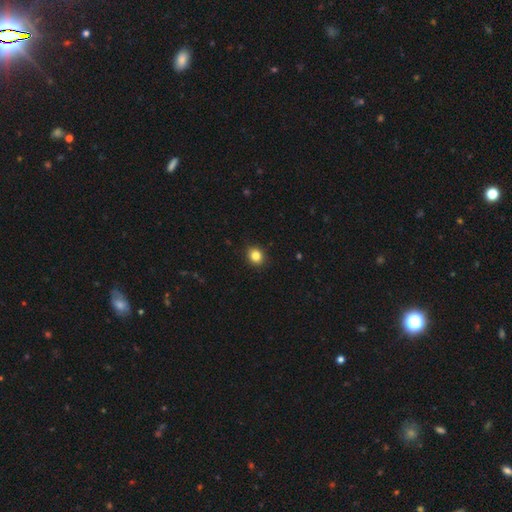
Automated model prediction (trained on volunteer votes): Q: Smooth or featured?
A: smooth (84%); runner-up: star or artifact (11%)
Q: How rounded?
A: round (72%); runner-up: in between (27%)
Q: Merging?
A: none (91%); runner-up: minor disturbance (7%)